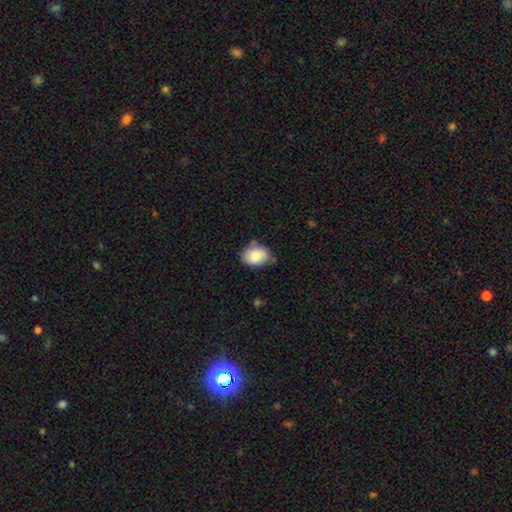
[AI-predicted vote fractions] smooth_or_featured: smooth (p=0.86) [alt: featured or disk p=0.07]
how_rounded: in between (p=0.72) [alt: round p=0.27]
merging: none (p=0.66) [alt: minor disturbance p=0.25]